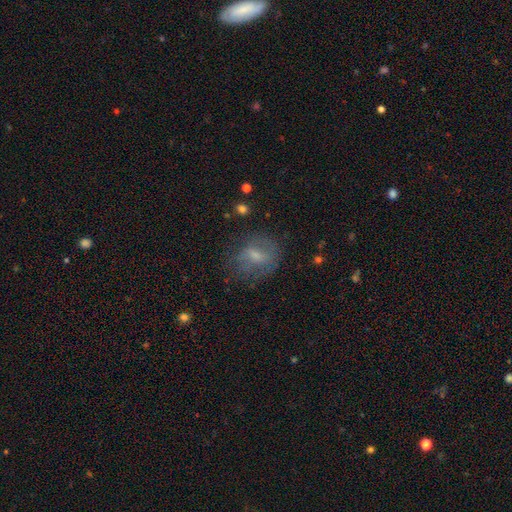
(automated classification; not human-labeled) Smooth or featured?
  - smooth: 50% *
  - featured or disk: 39%
  - star or artifact: 12%
Merging?
  - none: 59% *
  - minor disturbance: 22%
  - major disturbance: 16%
  - merger: 2%